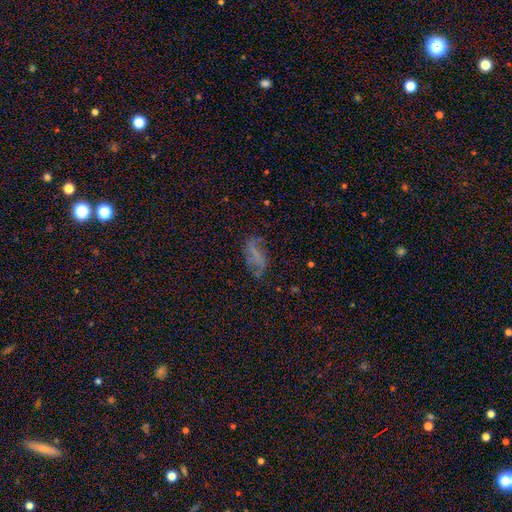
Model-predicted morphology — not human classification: This appears to be a featured or disk galaxy (44%). Merging: none (53%).